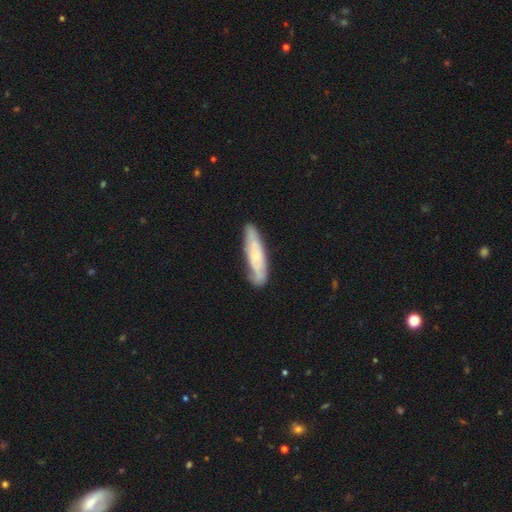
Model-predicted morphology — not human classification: smooth_or_featured: smooth (p=0.48) [alt: featured or disk p=0.46]
merging: none (p=0.76) [alt: minor disturbance p=0.18]